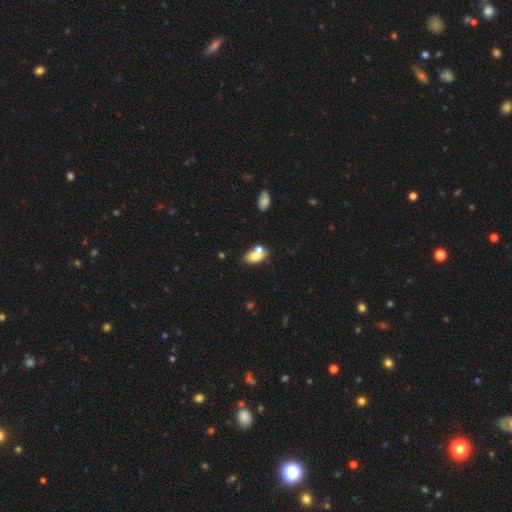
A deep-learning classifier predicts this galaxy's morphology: Smooth or featured? Predicted: smooth (p=0.72). How rounded? Predicted: in between (p=0.85). Merging? Predicted: merger (p=0.48).